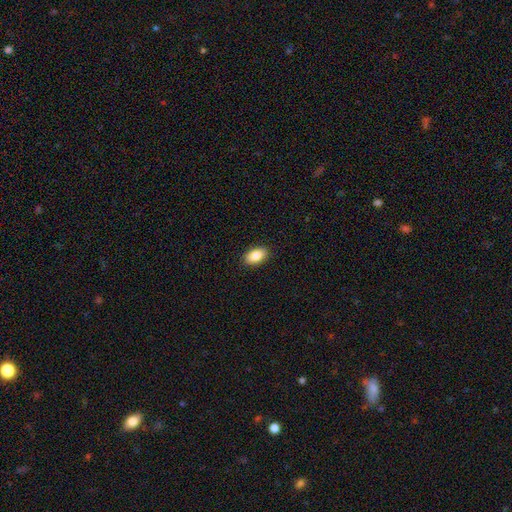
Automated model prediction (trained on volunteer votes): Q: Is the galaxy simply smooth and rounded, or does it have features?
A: smooth — 85%.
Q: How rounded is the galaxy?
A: in between — 92%.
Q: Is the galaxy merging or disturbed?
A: none — 90%.